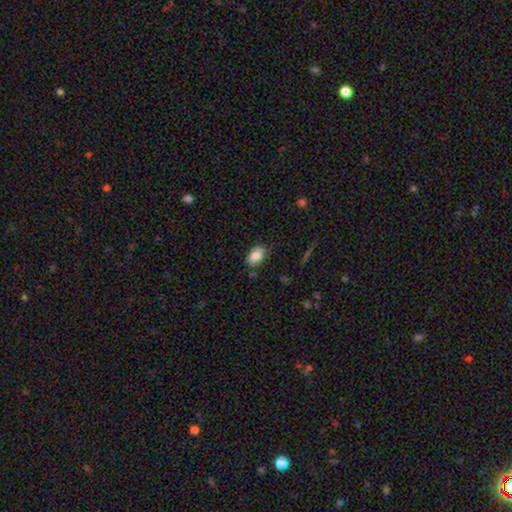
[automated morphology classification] This appears to be a smooth galaxy with no disk features (85%) that is in between round and cigar-shaped (89%). Merging: none (75%).